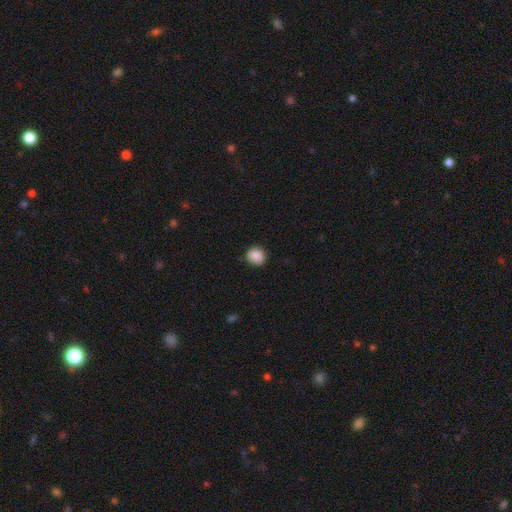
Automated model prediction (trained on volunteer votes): Smooth or featured? smooth (87%)
How rounded? round (81%)
Merging? none (82%)